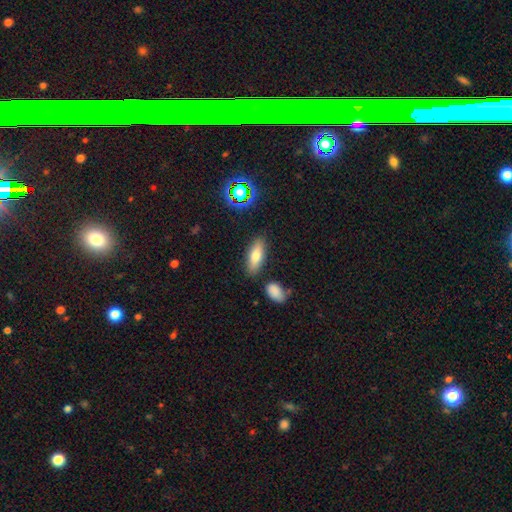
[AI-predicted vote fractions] Smooth or featured?
  - smooth: 72% *
  - featured or disk: 18%
  - star or artifact: 9%
How rounded?
  - in between: 66% *
  - cigar-shaped: 31%
  - round: 3%
Merging?
  - none: 81% *
  - minor disturbance: 11%
  - merger: 5%
  - major disturbance: 3%